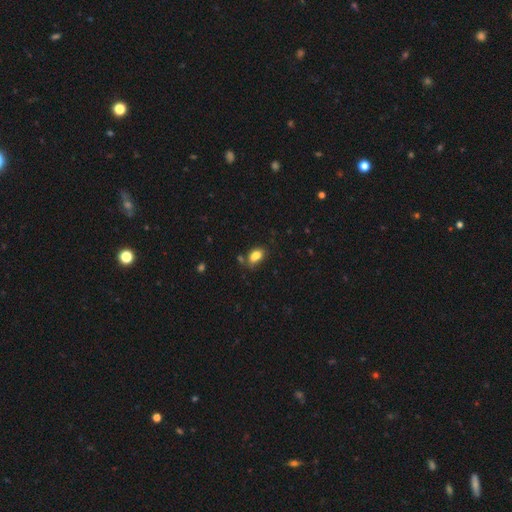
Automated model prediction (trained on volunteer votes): smooth 83%, star or artifact 10%, featured or disk 7%. Down the decision tree: how rounded — in between (86%); merging — none (63%).